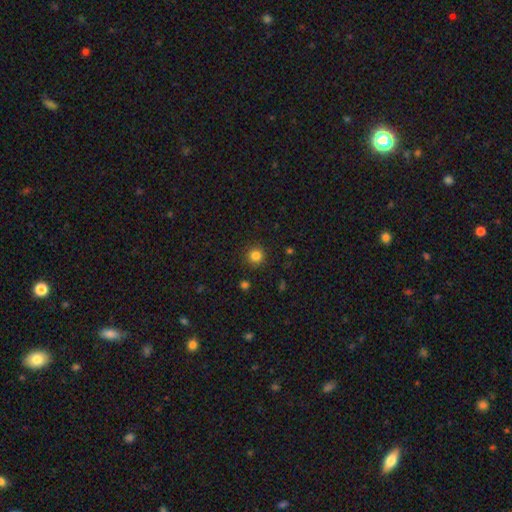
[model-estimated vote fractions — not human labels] Smooth or featured? Predicted: smooth (p=0.83). How rounded? Predicted: round (p=0.94). Merging? Predicted: none (p=0.91).